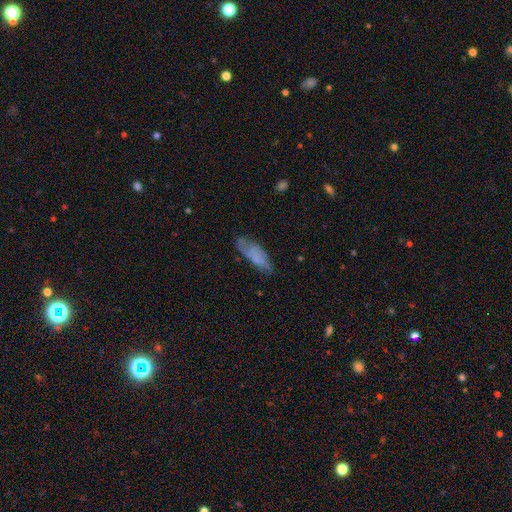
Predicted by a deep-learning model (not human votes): Smooth or featured? Predicted: smooth (p=0.58). How rounded? Predicted: in between (p=0.59). Merging? Predicted: none (p=0.60).